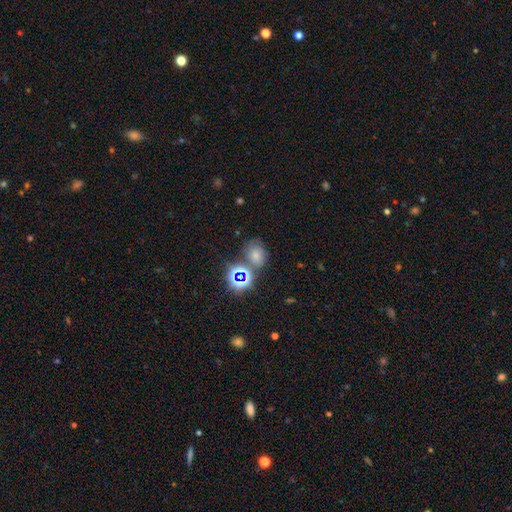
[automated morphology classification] smooth 59%, star or artifact 30%, featured or disk 11%. Down the decision tree: how rounded — in between (51%); merging — none (59%).